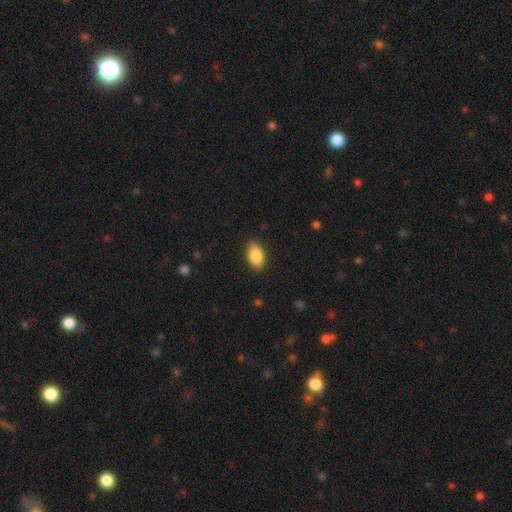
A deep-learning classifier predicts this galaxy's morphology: Smooth or featured: smooth — 86% (featured or disk — 8%)
How rounded: in between — 91% (round — 5%)
Merging: none — 86% (minor disturbance — 11%)